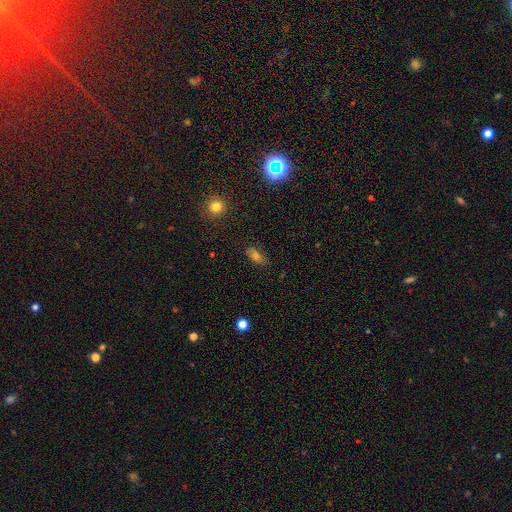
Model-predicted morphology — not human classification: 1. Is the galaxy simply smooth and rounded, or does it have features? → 58% smooth, 24% star or artifact, 19% featured or disk.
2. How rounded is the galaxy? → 80% in between, 10% cigar-shaped, 10% round.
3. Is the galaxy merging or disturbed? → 78% none, 15% minor disturbance, 5% major disturbance, 2% merger.